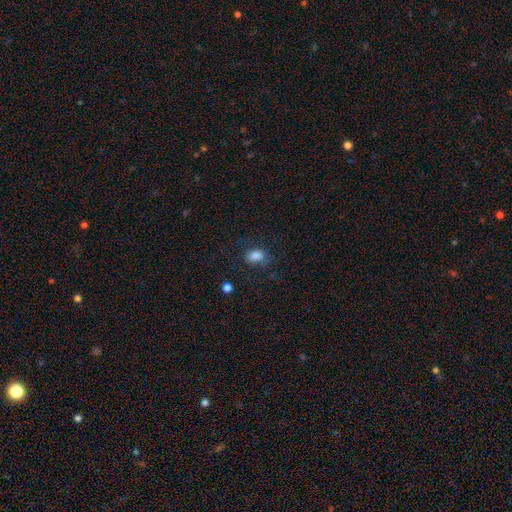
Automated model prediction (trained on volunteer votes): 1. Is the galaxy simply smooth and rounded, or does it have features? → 82% smooth, 11% star or artifact, 7% featured or disk.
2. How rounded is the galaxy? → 71% in between, 28% round, 1% cigar-shaped.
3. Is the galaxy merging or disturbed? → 67% none, 20% minor disturbance, 11% major disturbance, 3% merger.